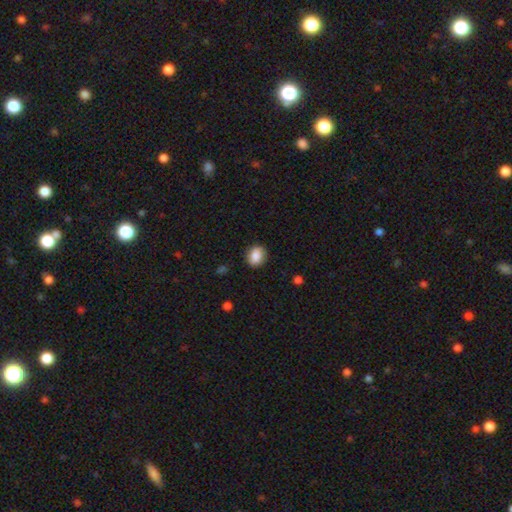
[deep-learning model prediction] The model was most divided on "how rounded": round: 55%, in between: 44%, cigar-shaped: 1%. More confident: smooth or featured — smooth (86%); merging — none (86%).